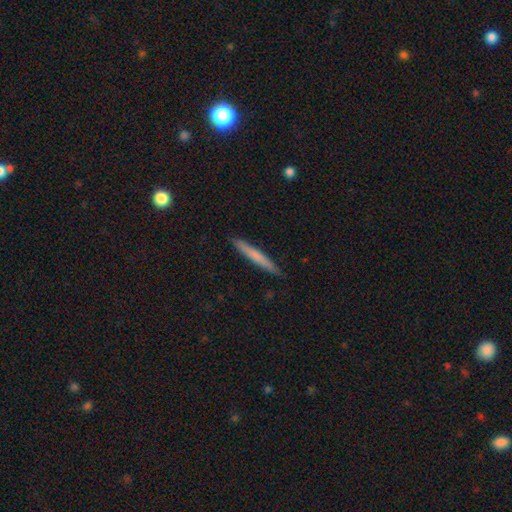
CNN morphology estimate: The model was most divided on "smooth or featured": smooth: 64%, featured or disk: 31%, star or artifact: 6%. More confident: how rounded — cigar-shaped (96%); merging — none (91%).